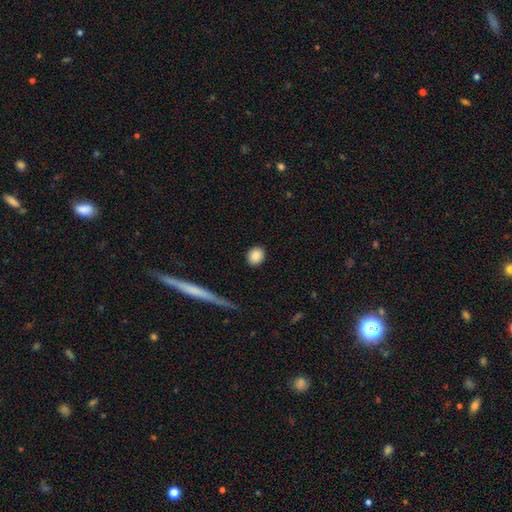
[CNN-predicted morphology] This is clearly a smooth galaxy (88%). How rounded: likely round (64%). Merging: clearly none (90%).